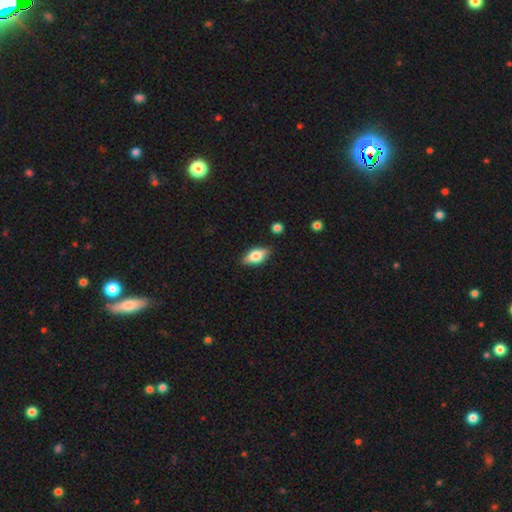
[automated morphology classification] Smooth or featured? smooth (57%)
How rounded? in between (81%)
Merging? none (84%)